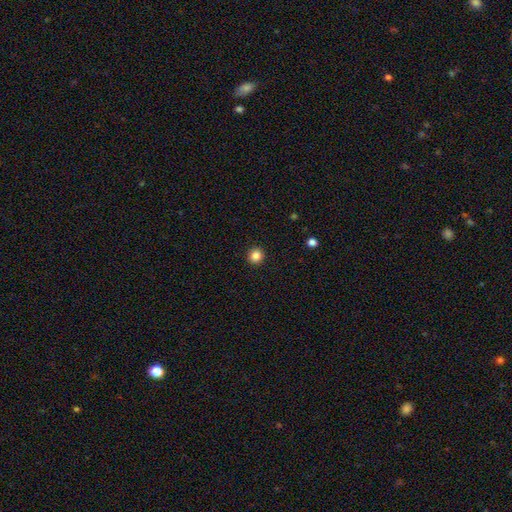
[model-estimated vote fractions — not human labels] smooth-or-featured: smooth: 86% | star or artifact: 11% | featured or disk: 3%
  how-rounded: round: 93% | in between: 7% | cigar-shaped: 1%
  merging: none: 93% | minor disturbance: 5% | major disturbance: 2% | merger: 1%